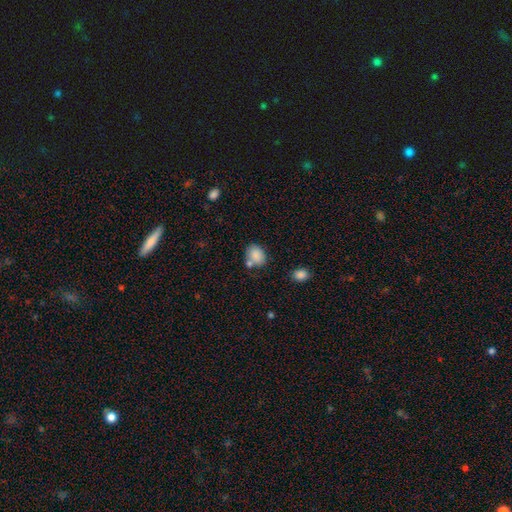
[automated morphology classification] Smooth or featured? smooth (85%)
How rounded? in between (65%)
Merging? none (58%)